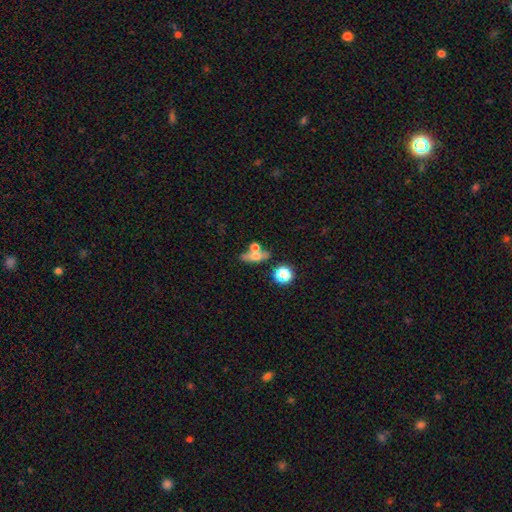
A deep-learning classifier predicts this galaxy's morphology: smooth_or_featured: smooth (p=0.57) [alt: featured or disk p=0.32]
how_rounded: in between (p=0.53) [alt: cigar-shaped p=0.29]
merging: none (p=0.53) [alt: merger p=0.30]